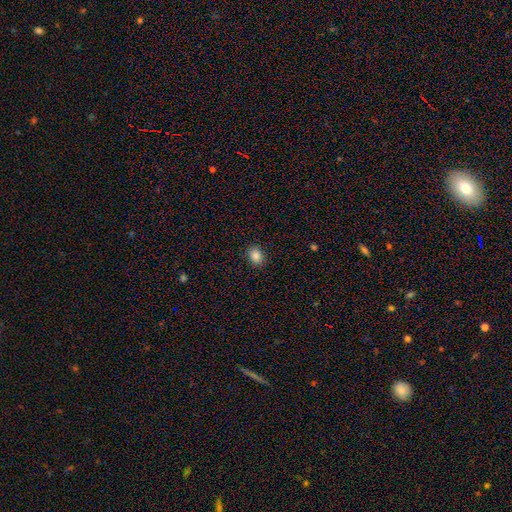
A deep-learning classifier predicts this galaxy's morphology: Smooth or featured?
  - smooth: 86% *
  - star or artifact: 10%
  - featured or disk: 4%
How rounded?
  - in between: 51% *
  - round: 48%
  - cigar-shaped: 1%
Merging?
  - none: 89% *
  - minor disturbance: 8%
  - major disturbance: 2%
  - merger: 1%